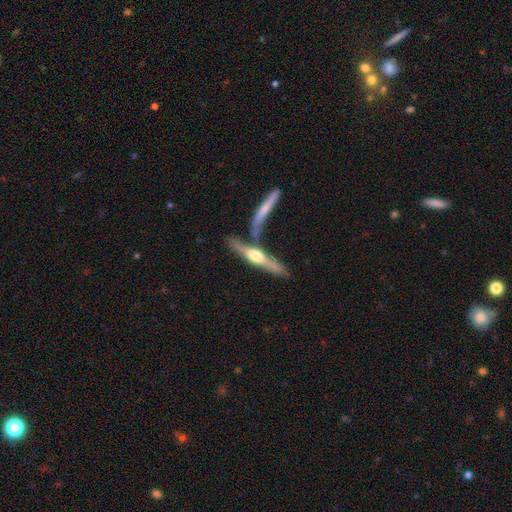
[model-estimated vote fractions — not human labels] Smooth or featured? Predicted: featured or disk (p=0.69). Edge-on disk? Predicted: yes (p=0.95). Edge-on bulge? Predicted: rounded (p=0.89). Merging? Predicted: none (p=0.58).